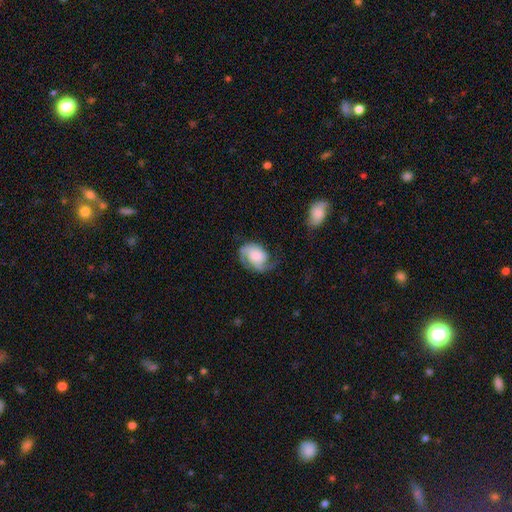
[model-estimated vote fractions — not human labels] A featured or disk galaxy (63%) with no bar (68%), 2 (62%) medium (43%) spiral arms (92%) and a large central bulge (30%). Merging: none (49%).